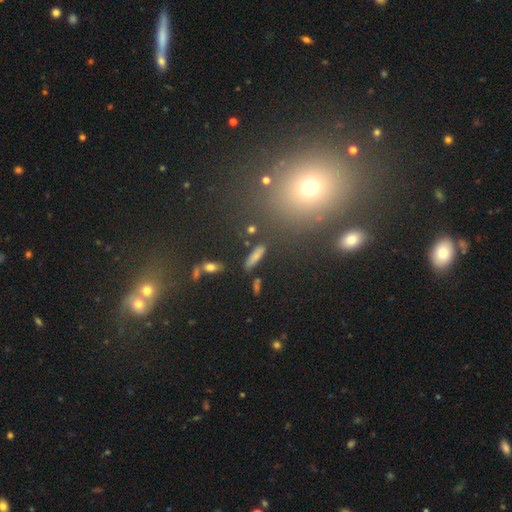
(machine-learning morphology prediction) This appears to be a smooth galaxy with no disk features (74%) that is cigar-shaped (70%). Merging: none (82%).